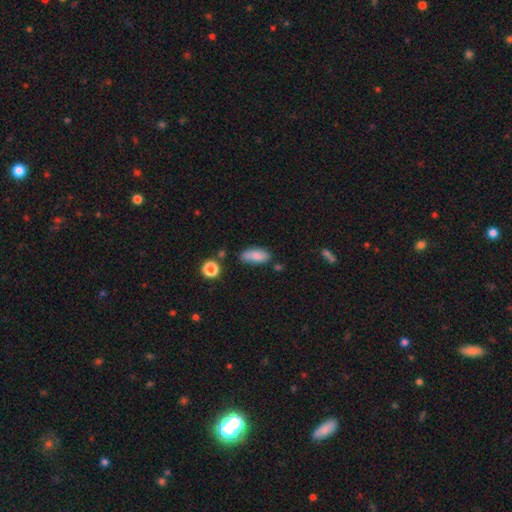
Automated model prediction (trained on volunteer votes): Smooth or featured?
  - smooth: 82% *
  - featured or disk: 10%
  - star or artifact: 8%
How rounded?
  - in between: 83% *
  - cigar-shaped: 14%
  - round: 3%
Merging?
  - none: 71% *
  - minor disturbance: 20%
  - merger: 5%
  - major disturbance: 4%